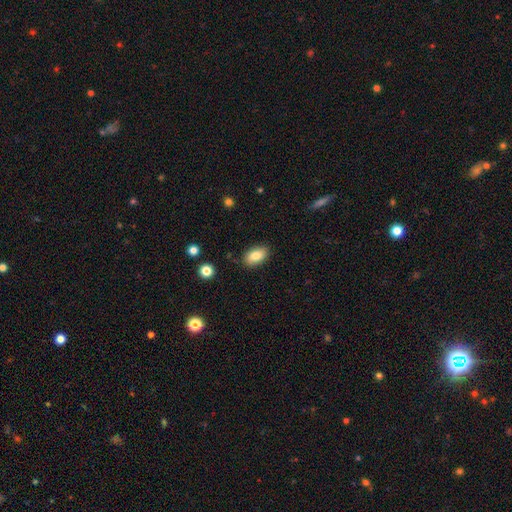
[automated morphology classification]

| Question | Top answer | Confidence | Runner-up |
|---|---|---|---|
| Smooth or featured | smooth | 82% | featured or disk (10%) |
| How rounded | in between | 91% | round (6%) |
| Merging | none | 86% | minor disturbance (11%) |